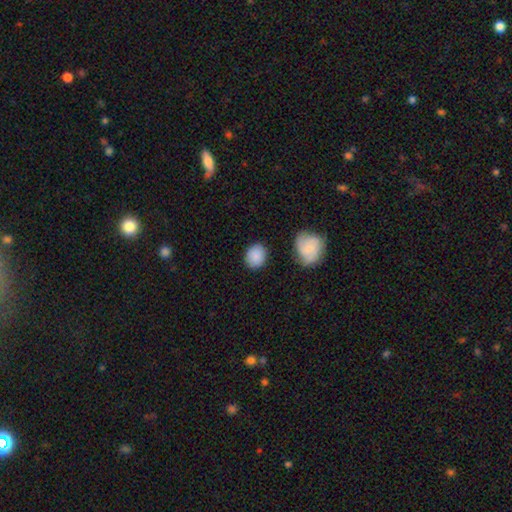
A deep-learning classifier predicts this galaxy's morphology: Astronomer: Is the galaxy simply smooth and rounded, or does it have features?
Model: smooth — 87%.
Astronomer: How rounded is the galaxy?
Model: round — 66%.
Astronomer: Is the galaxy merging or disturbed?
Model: none — 80%.